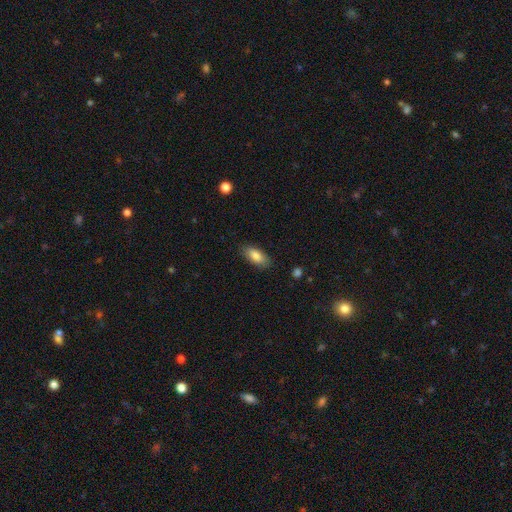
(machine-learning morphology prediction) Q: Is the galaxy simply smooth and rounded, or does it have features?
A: smooth — 83%.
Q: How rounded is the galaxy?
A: in between — 86%.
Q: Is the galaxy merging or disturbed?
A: none — 84%.